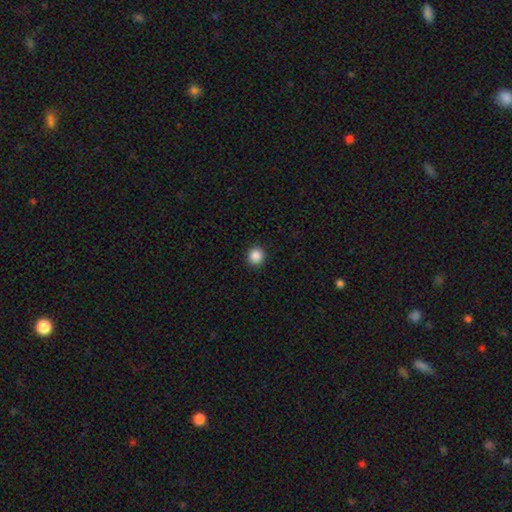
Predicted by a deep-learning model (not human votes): smooth-or-featured: smooth: 88% | star or artifact: 10% | featured or disk: 3%
  how-rounded: round: 91% | in between: 8% | cigar-shaped: 1%
  merging: none: 92% | minor disturbance: 5% | major disturbance: 2% | merger: 1%